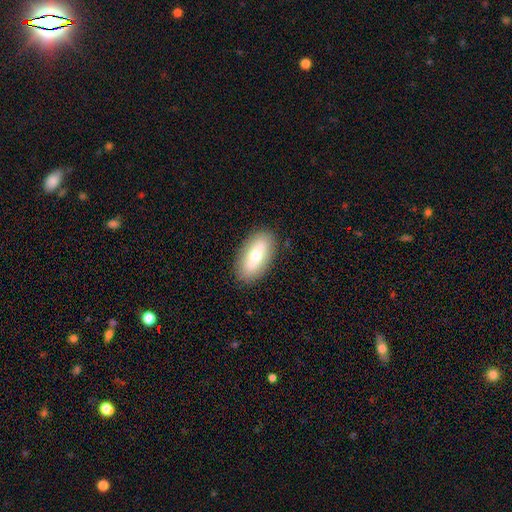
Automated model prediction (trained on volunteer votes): smooth-or-featured: smooth: 66% | featured or disk: 27% | star or artifact: 7%
  how-rounded: in between: 82% | cigar-shaped: 15% | round: 3%
  merging: none: 87% | minor disturbance: 9% | major disturbance: 3% | merger: 1%